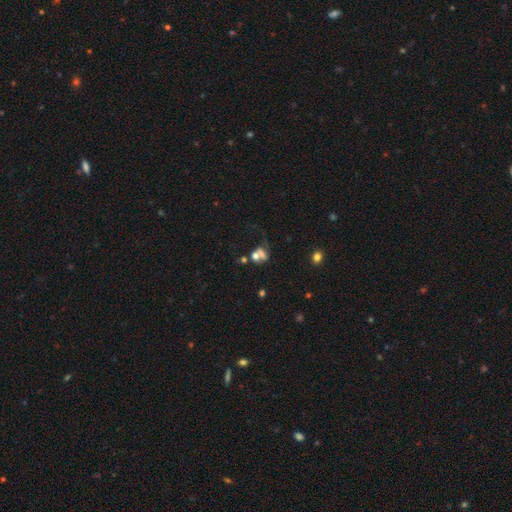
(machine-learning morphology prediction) smooth 50%, featured or disk 27%, star or artifact 23%. Down the decision tree: merging — merger (42%).